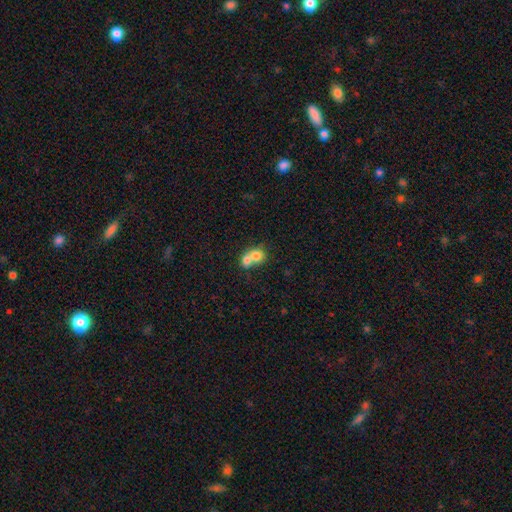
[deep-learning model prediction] This appears to be a smooth galaxy with no disk features (73%) that is round (69%). Merging: merger (72%).